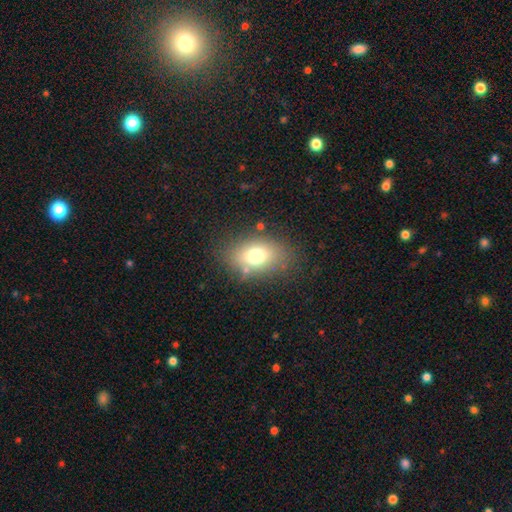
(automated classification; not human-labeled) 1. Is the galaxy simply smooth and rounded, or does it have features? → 72% smooth, 16% featured or disk, 12% star or artifact.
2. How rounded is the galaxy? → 76% in between, 22% round, 2% cigar-shaped.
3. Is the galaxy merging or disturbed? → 77% none, 13% minor disturbance, 6% major disturbance, 3% merger.